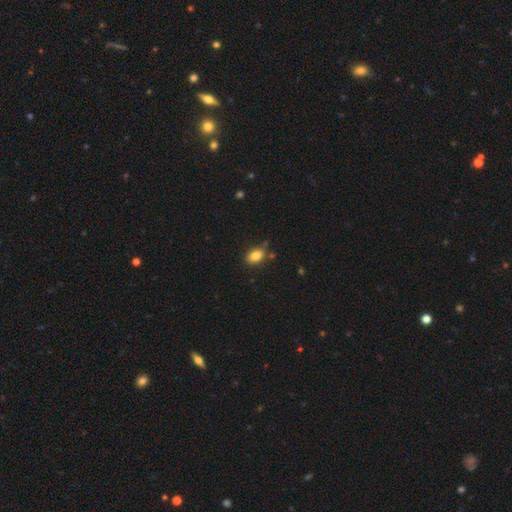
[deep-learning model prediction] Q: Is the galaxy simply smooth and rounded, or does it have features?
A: smooth — 83%.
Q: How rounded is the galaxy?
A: in between — 82%.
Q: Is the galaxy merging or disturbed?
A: none — 76%.